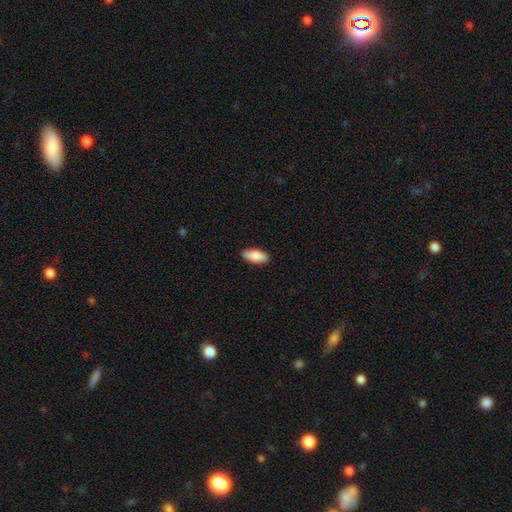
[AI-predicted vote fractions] A smooth galaxy with no disk features (88%) that is in between round and cigar-shaped (88%).

Vote fractions:
- Smooth or featured? smooth: 88% / featured or disk: 6% / star or artifact: 6%
- How rounded? in between: 88% / cigar-shaped: 10% / round: 2%
- Merging? none: 90% / minor disturbance: 8% / major disturbance: 2% / merger: 1%